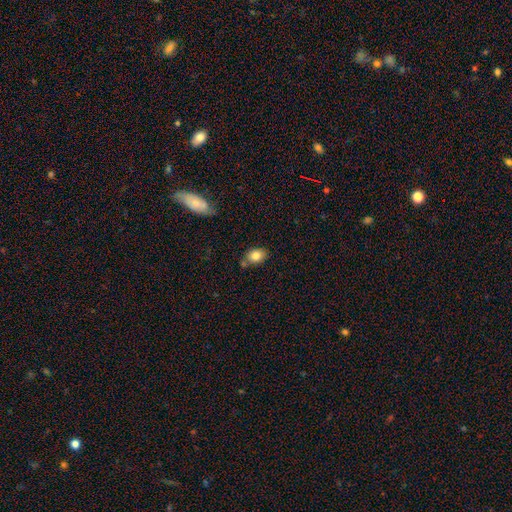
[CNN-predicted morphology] A smooth galaxy with no disk features (82%) that is in between round and cigar-shaped (72%). Merging: none (68%).